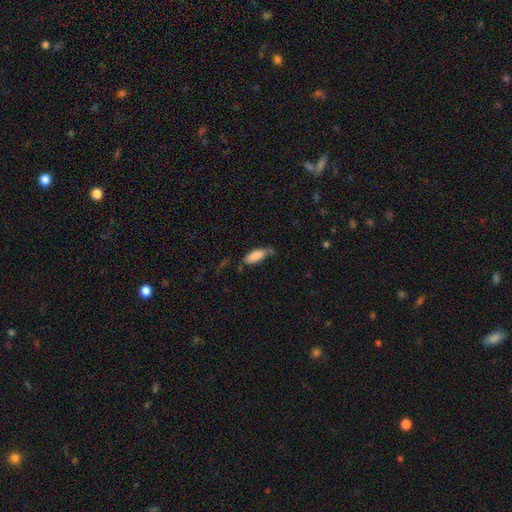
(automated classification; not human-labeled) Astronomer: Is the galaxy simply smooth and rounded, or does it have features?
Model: smooth — 85%.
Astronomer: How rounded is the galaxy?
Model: in between — 79%.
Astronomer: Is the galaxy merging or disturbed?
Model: none — 58%.